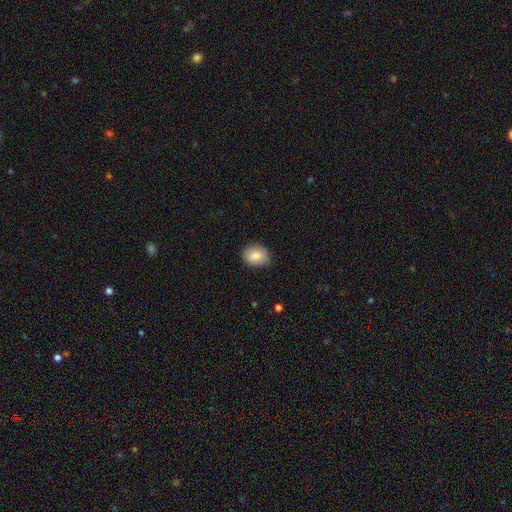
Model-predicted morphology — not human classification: smooth_or_featured: smooth (p=0.85) [alt: featured or disk p=0.08]
how_rounded: in between (p=0.59) [alt: round p=0.40]
merging: none (p=0.83) [alt: minor disturbance p=0.14]